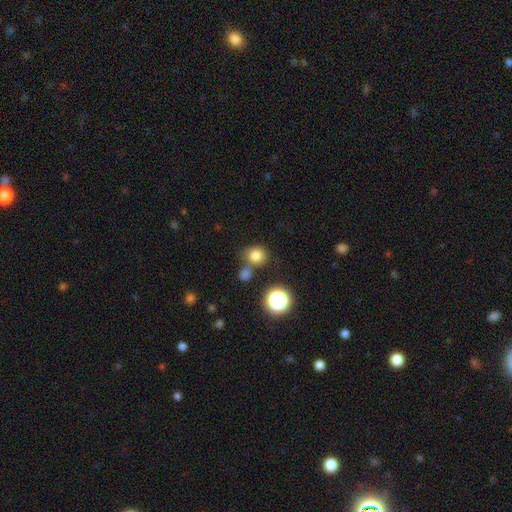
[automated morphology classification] Overall: smooth (78%). How rounded: round (79%). Merging: none (64%).